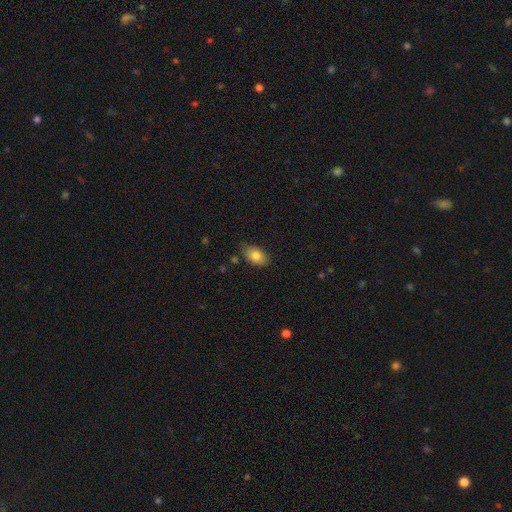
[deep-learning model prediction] Smooth or featured? Predicted: smooth (p=0.81). How rounded? Predicted: in between (p=0.88). Merging? Predicted: none (p=0.75).